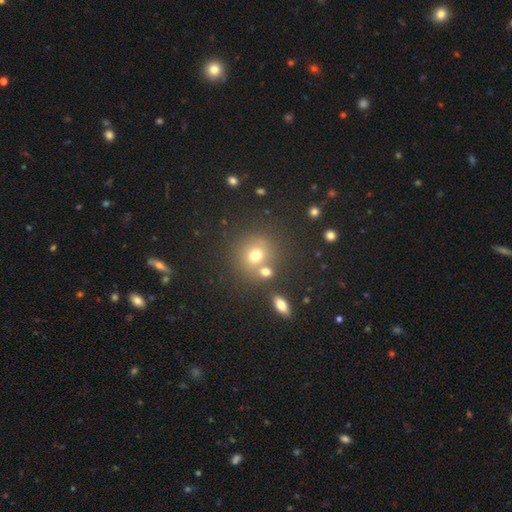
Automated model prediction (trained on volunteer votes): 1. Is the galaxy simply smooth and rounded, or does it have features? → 69% smooth, 17% star or artifact, 14% featured or disk.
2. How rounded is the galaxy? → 81% round, 18% in between, 1% cigar-shaped.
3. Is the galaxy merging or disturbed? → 64% none, 22% merger, 10% minor disturbance, 4% major disturbance.